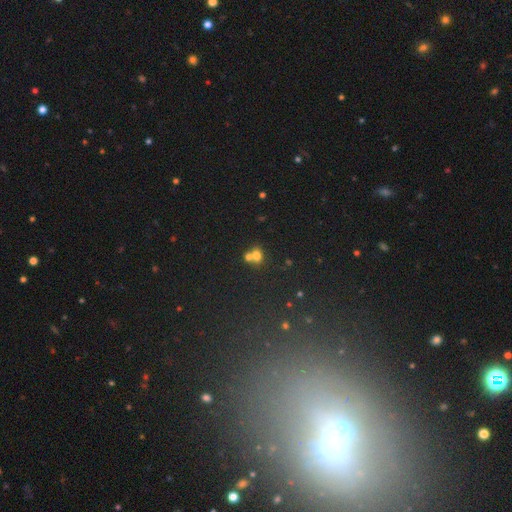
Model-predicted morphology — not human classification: Smooth or featured: smooth — 68% (star or artifact — 17%)
How rounded: round — 64% (in between — 35%)
Merging: merger — 56% (none — 34%)